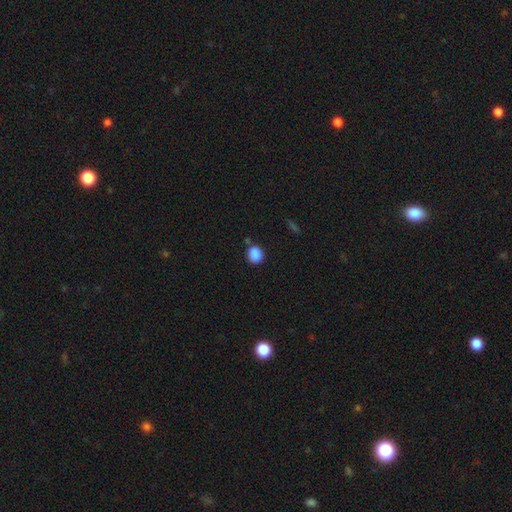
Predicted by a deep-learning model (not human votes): A smooth galaxy with no disk features (87%) that is round (76%).

Vote fractions:
- Smooth or featured? smooth: 87% / star or artifact: 9% / featured or disk: 4%
- How rounded? round: 76% / in between: 22% / cigar-shaped: 1%
- Merging? none: 74% / minor disturbance: 15% / merger: 8% / major disturbance: 3%